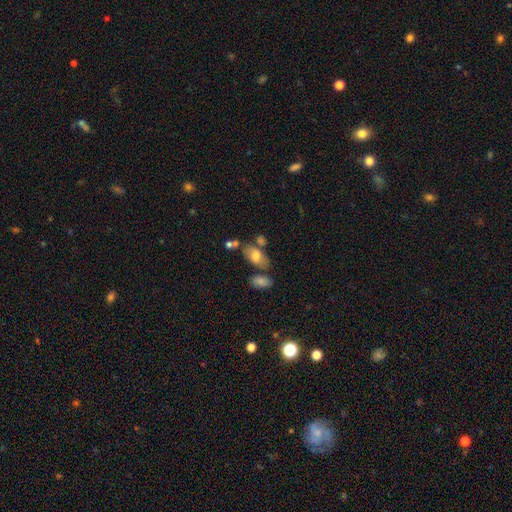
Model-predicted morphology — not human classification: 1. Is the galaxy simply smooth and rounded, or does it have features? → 69% smooth, 21% featured or disk, 10% star or artifact.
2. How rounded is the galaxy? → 89% in between, 7% round, 4% cigar-shaped.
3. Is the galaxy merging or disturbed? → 54% none, 20% merger, 18% minor disturbance, 7% major disturbance.